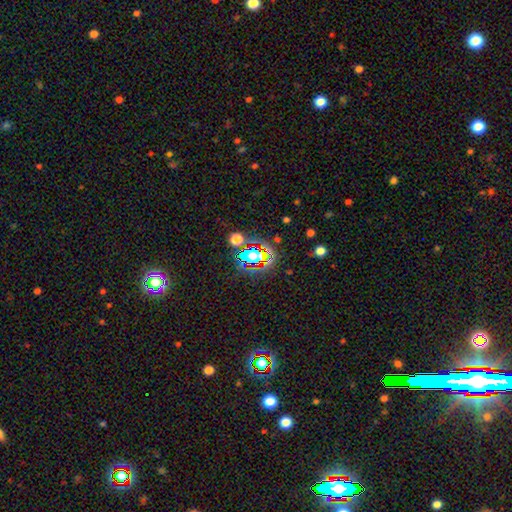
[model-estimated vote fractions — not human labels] Smooth or featured?
  - star or artifact: 57% *
  - smooth: 29%
  - featured or disk: 14%